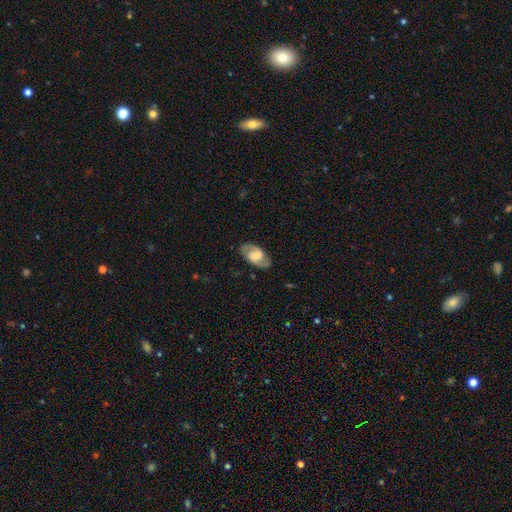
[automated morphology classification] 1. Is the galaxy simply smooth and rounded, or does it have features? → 69% featured or disk, 25% smooth, 6% star or artifact.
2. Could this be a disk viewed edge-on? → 94% no, 6% yes.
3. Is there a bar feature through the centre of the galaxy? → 47% weak, 27% strong, 25% no.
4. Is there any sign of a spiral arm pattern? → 84% yes, 16% no.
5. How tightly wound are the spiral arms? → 51% medium, 29% tight, 20% loose.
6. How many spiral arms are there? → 88% 2, 7% can't tell, 2% 1, 1% 3, 1% 4, 1% more than 4.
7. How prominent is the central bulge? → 36% large, 31% moderate, 16% small, 14% none, 4% dominant.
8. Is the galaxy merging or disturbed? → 84% none, 11% minor disturbance, 3% major disturbance, 1% merger.